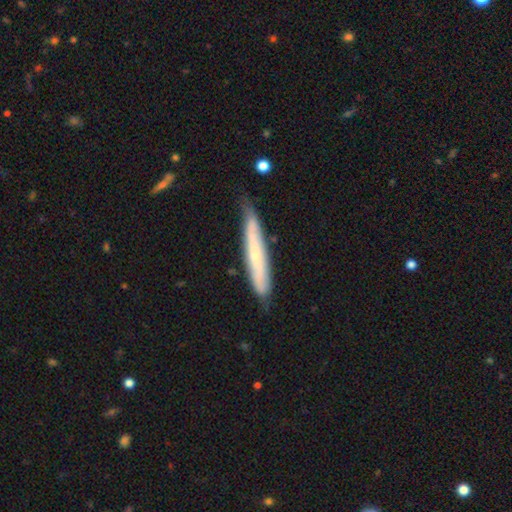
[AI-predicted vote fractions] smooth 49%, featured or disk 45%, star or artifact 6%. Down the decision tree: merging — none (71%).